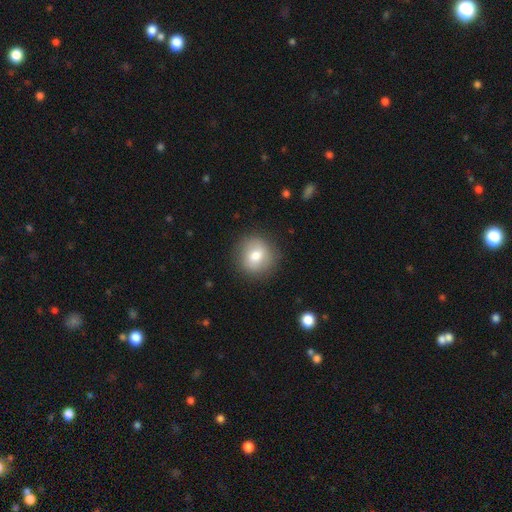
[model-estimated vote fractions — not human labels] Smooth or featured? Predicted: smooth (p=0.73). How rounded? Predicted: round (p=0.90). Merging? Predicted: none (p=0.86).